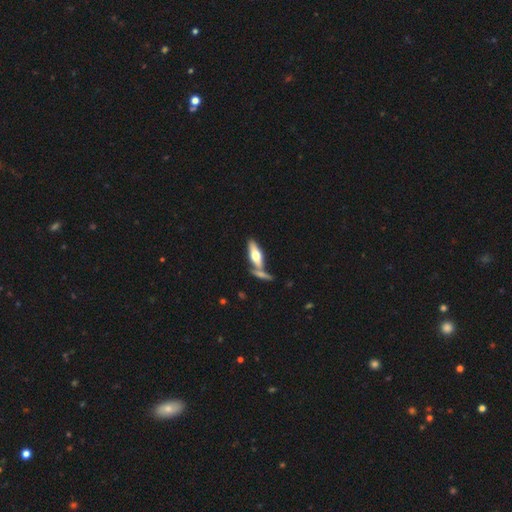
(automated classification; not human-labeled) smooth_or_featured: smooth (p=0.48) [alt: featured or disk p=0.46]
merging: none (p=0.53) [alt: merger p=0.29]